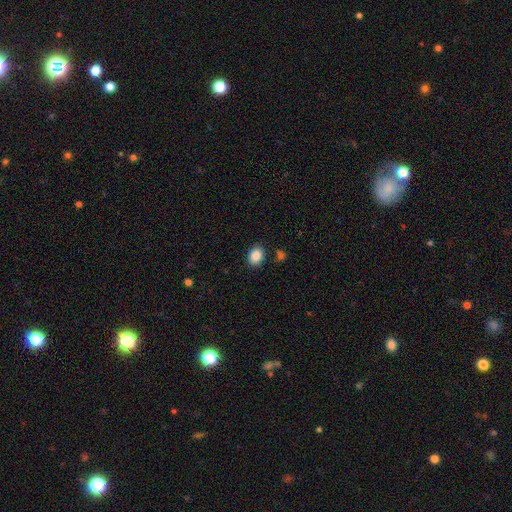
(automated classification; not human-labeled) smooth-or-featured: smooth: 88% | star or artifact: 8% | featured or disk: 4%
  how-rounded: in between: 69% | round: 30% | cigar-shaped: 1%
  merging: none: 84% | minor disturbance: 10% | merger: 3% | major disturbance: 3%